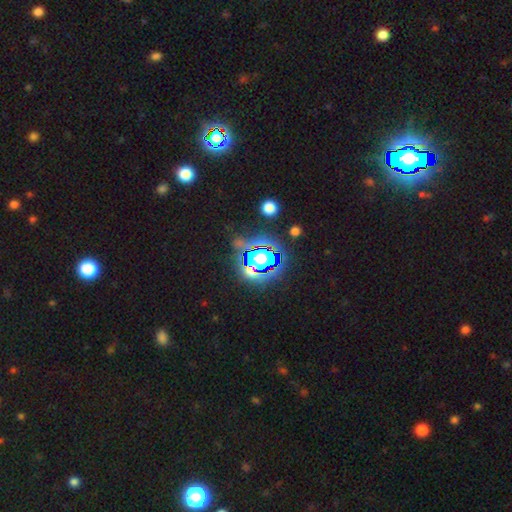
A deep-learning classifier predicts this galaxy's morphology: Q: Smooth or featured?
A: star or artifact (78%); runner-up: smooth (13%)